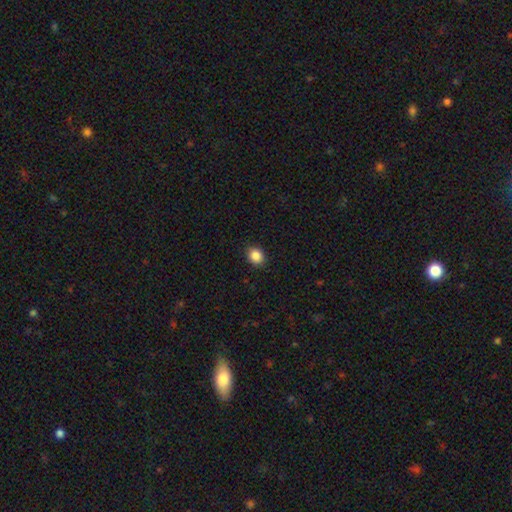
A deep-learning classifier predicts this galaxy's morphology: This is clearly a smooth galaxy (87%). How rounded: likely round (68%). Merging: clearly none (90%).